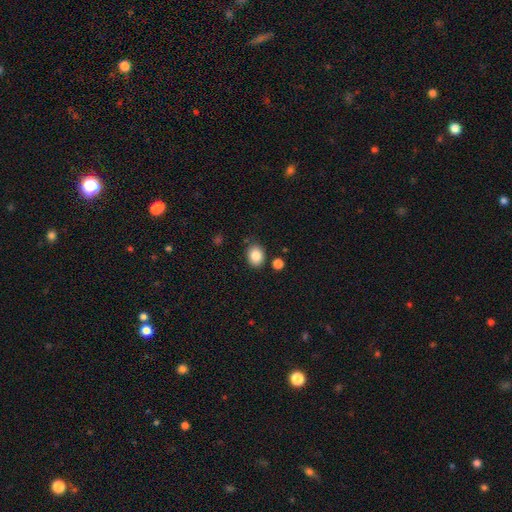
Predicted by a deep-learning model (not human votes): Smooth or featured?
  - smooth: 86% *
  - star or artifact: 9%
  - featured or disk: 5%
How rounded?
  - round: 51% *
  - in between: 48%
  - cigar-shaped: 1%
Merging?
  - none: 81% *
  - minor disturbance: 11%
  - merger: 5%
  - major disturbance: 3%